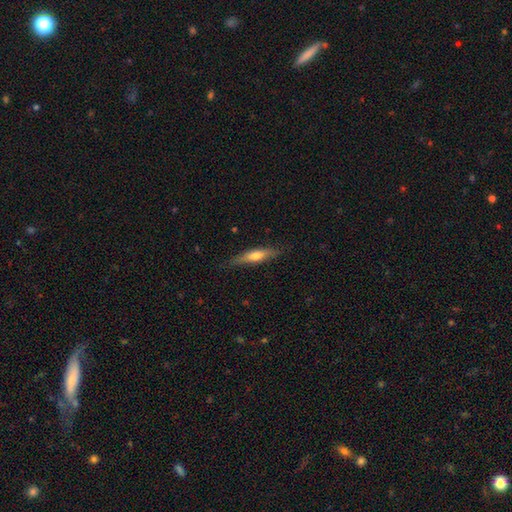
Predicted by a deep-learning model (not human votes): The model was most divided on "smooth or featured": smooth: 53%, featured or disk: 41%, star or artifact: 6%. More confident: merging — none (82%); how rounded — cigar-shaped (77%).